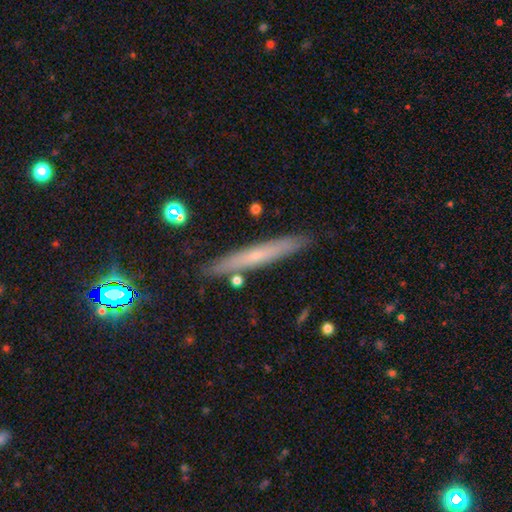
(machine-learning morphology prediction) smooth 46% (tied), featured or disk 46% (tied), star or artifact 8%. Down the decision tree: merging — none (87%).